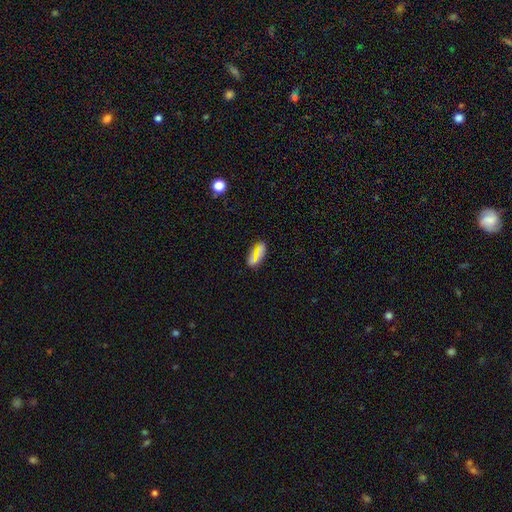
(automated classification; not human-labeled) smooth 67%, star or artifact 23%, featured or disk 11%. Down the decision tree: how rounded — in between (79%); merging — none (78%).